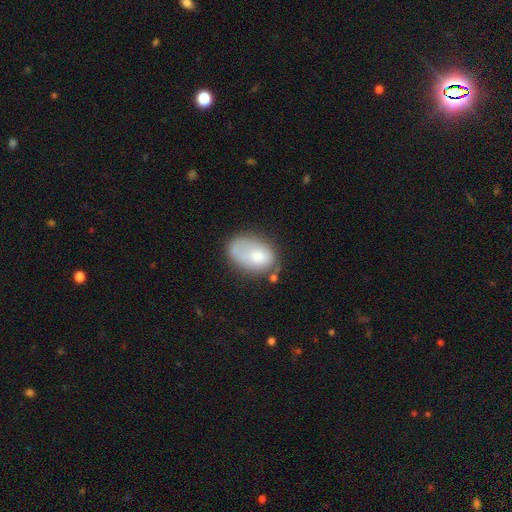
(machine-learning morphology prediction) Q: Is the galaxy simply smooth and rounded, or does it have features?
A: smooth — 67%.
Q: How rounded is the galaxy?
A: in between — 86%.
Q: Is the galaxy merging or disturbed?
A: none — 37%.